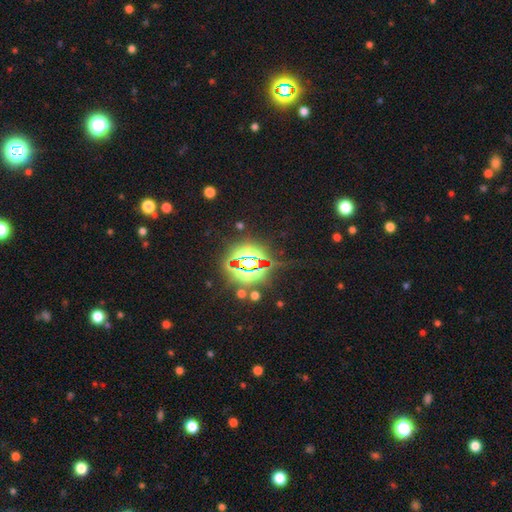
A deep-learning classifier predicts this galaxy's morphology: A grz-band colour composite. It shows a star or artifact, not a galaxy (86%).